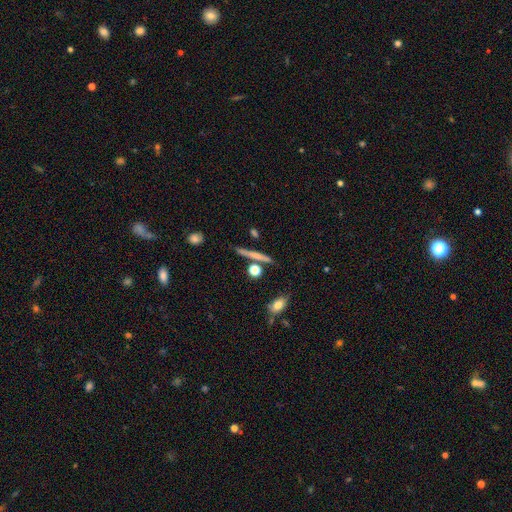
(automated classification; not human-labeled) Smooth or featured?
  - smooth: 55% *
  - featured or disk: 36%
  - star or artifact: 9%
How rounded?
  - cigar-shaped: 89% *
  - in between: 6%
  - round: 6%
Merging?
  - none: 79% *
  - minor disturbance: 11%
  - merger: 8%
  - major disturbance: 3%